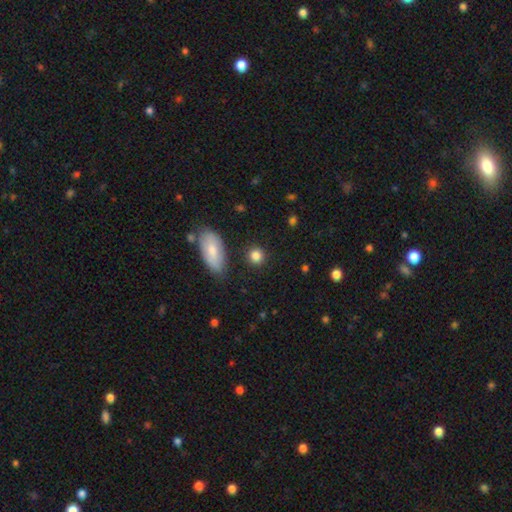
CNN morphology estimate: type=smooth (85%); roundness=round (84%); merging=none (86%).